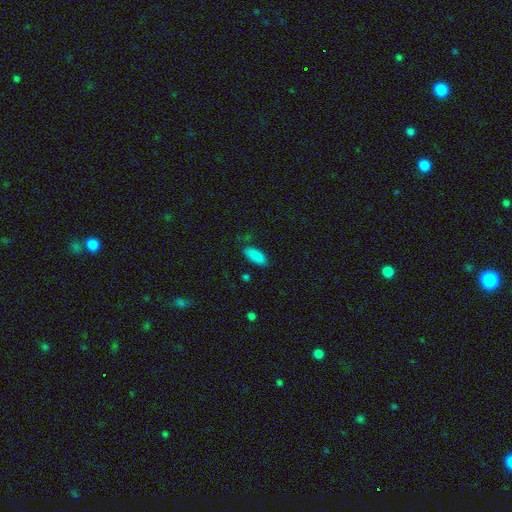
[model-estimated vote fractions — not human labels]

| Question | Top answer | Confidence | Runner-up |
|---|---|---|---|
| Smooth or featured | smooth | 88% | star or artifact (8%) |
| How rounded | in between | 86% | cigar-shaped (12%) |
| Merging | none | 82% | minor disturbance (13%) |